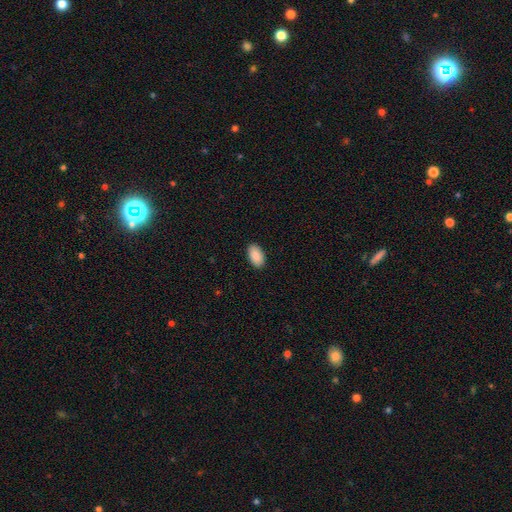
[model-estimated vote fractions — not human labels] Smooth or featured?
  - smooth: 90% *
  - star or artifact: 6%
  - featured or disk: 3%
How rounded?
  - in between: 95% *
  - round: 3%
  - cigar-shaped: 2%
Merging?
  - none: 90% *
  - minor disturbance: 7%
  - major disturbance: 2%
  - merger: 1%